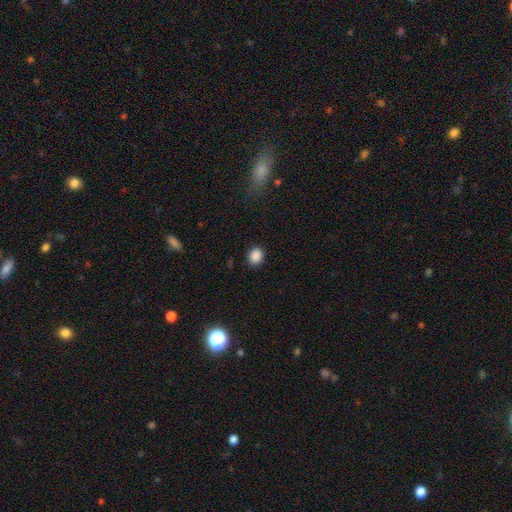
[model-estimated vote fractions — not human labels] Morphology: type=smooth (87%); roundness=round (55%); merging=none (88%).